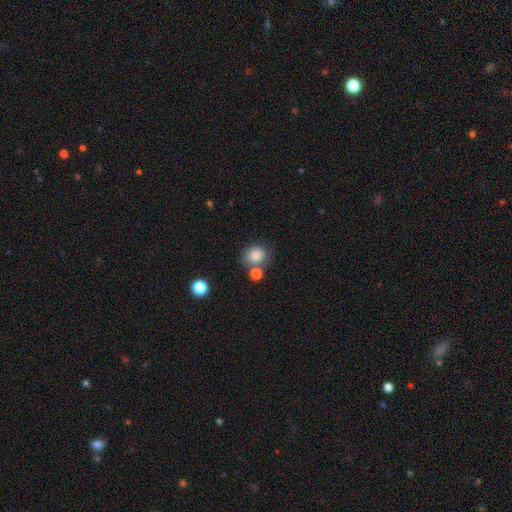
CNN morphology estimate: Overall: smooth (85%). How rounded: round (77%). Merging: none (67%).